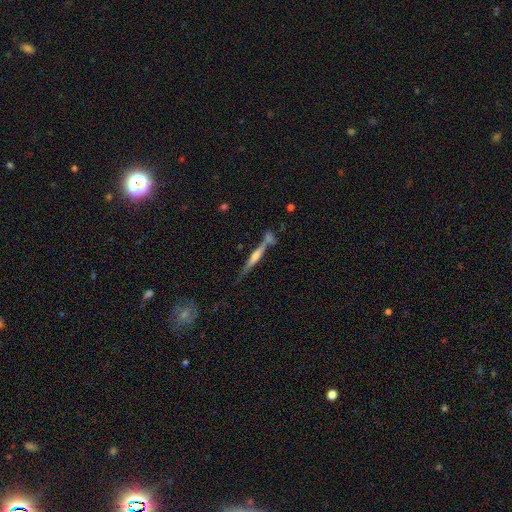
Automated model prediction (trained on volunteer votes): A featured or disk galaxy (66%) viewed edge-on (96%) with a rounded central bulge (64%).

Vote fractions:
- Smooth or featured? featured or disk: 66% / smooth: 27% / star or artifact: 7%
- Edge-on disk? yes: 96% / no: 4%
- Edge-on bulge? rounded: 64% / none: 21% / boxy: 15%
- Merging? none: 66% / minor disturbance: 15% / merger: 15% / major disturbance: 4%